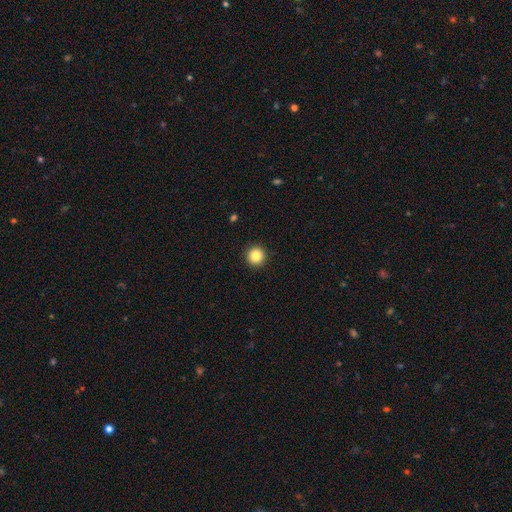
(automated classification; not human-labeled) The model was most divided on "smooth or featured": smooth: 85%, star or artifact: 10%, featured or disk: 5%. More confident: how rounded — round (96%); merging — none (93%).